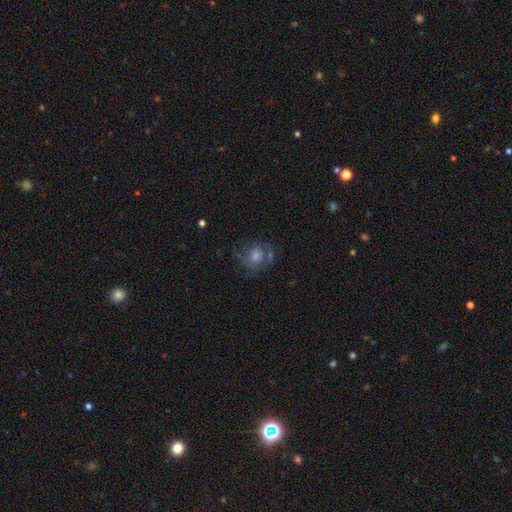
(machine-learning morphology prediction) Smooth or featured: featured or disk — 54% (smooth — 28%)
Edge-on disk: no — 97% (yes — 3%)
Bar: no — 77% (weak — 20%)
Spiral arms: yes — 79% (no — 21%)
Bulge size: moderate — 46% (small — 24%)
Merging: none — 65% (minor disturbance — 18%)